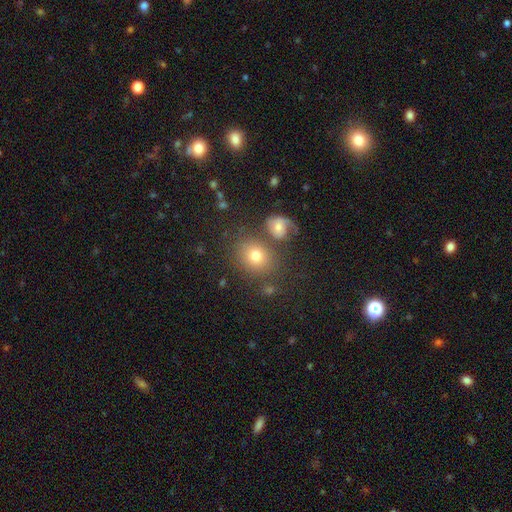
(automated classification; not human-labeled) A smooth galaxy with no disk features (73%) that is round (58%). Merging: none (66%).